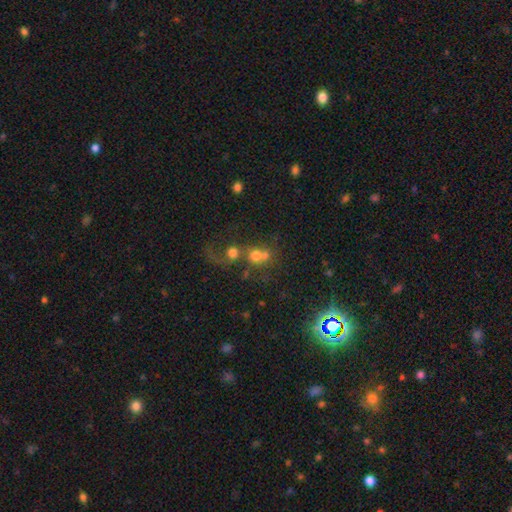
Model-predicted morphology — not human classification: Smooth or featured: smooth — 59% (featured or disk — 24%)
How rounded: round — 79% (in between — 20%)
Merging: merger — 58% (none — 24%)